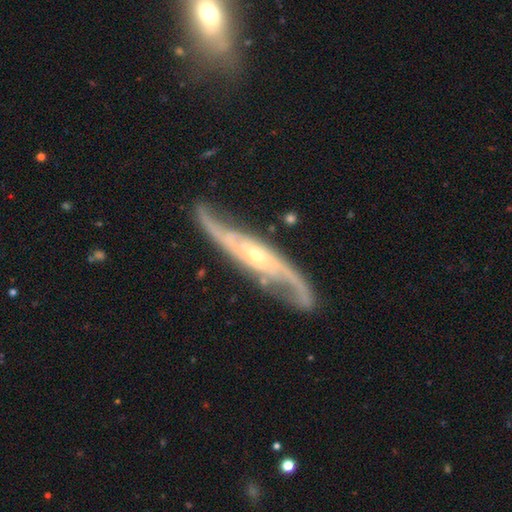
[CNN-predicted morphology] A featured or disk galaxy (89%) with no bar (52%), 2 (91%) loose (44%) spiral arms (97%) and a small central bulge (63%). Merging: none (75%).